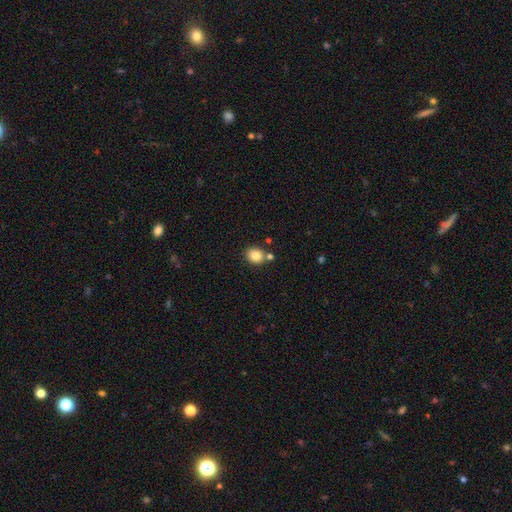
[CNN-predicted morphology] smooth_or_featured: smooth (p=0.82) [alt: star or artifact p=0.10]
how_rounded: round (p=0.72) [alt: in between p=0.27]
merging: none (p=0.74) [alt: merger p=0.14]